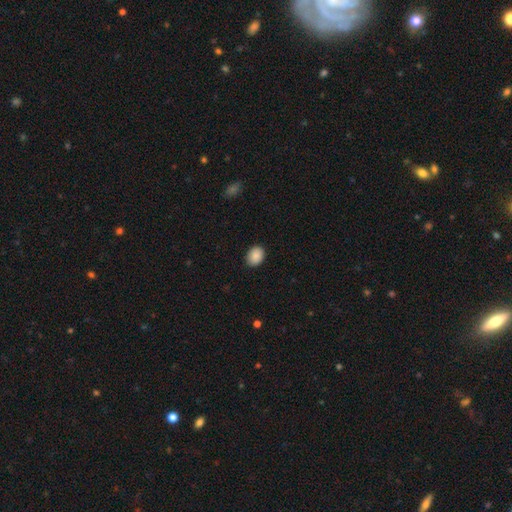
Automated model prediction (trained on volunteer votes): smooth 90%, star or artifact 7%, featured or disk 3%. Down the decision tree: how rounded — in between (65%); merging — none (87%).